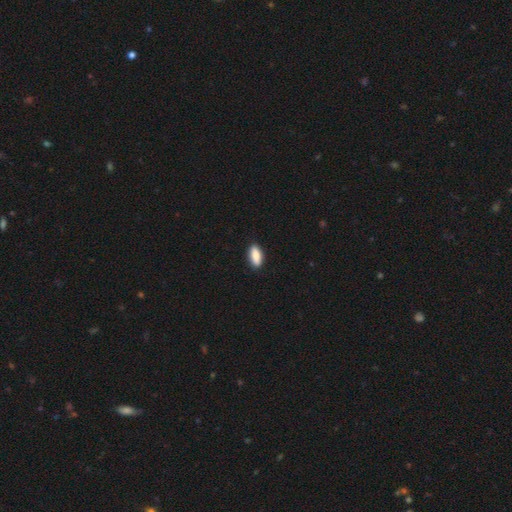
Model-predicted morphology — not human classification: Smooth or featured: smooth — 88% (star or artifact — 6%)
How rounded: in between — 83% (cigar-shaped — 15%)
Merging: none — 90% (minor disturbance — 8%)